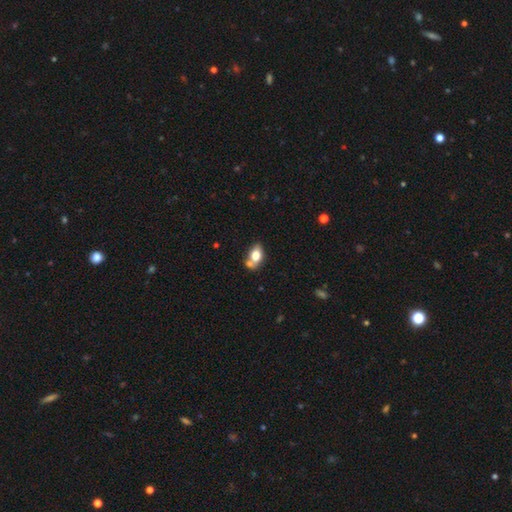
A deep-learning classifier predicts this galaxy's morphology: smooth_or_featured: smooth (p=0.72) [alt: featured or disk p=0.19]
how_rounded: in between (p=0.82) [alt: round p=0.15]
merging: none (p=0.48) [alt: merger p=0.31]